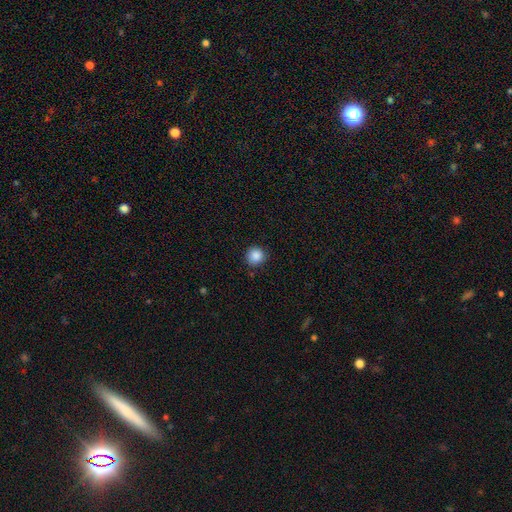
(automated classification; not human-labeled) A smooth galaxy with no disk features (87%) that is round (94%). Merging: none (88%).